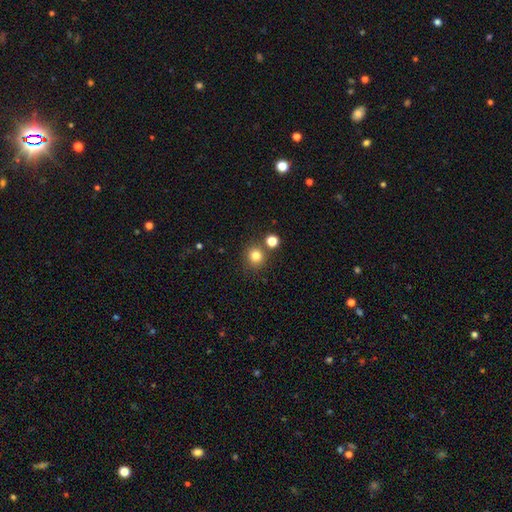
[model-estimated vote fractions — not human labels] Smooth or featured? smooth (80%)
How rounded? round (88%)
Merging? none (77%)